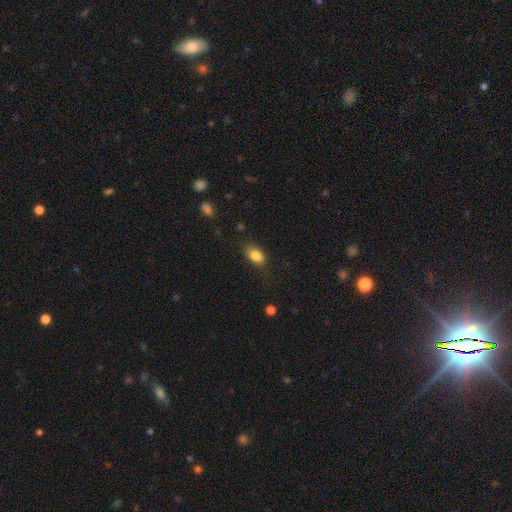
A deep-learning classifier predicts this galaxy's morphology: Overall: smooth (84%). How rounded: in between (85%). Merging: none (76%).